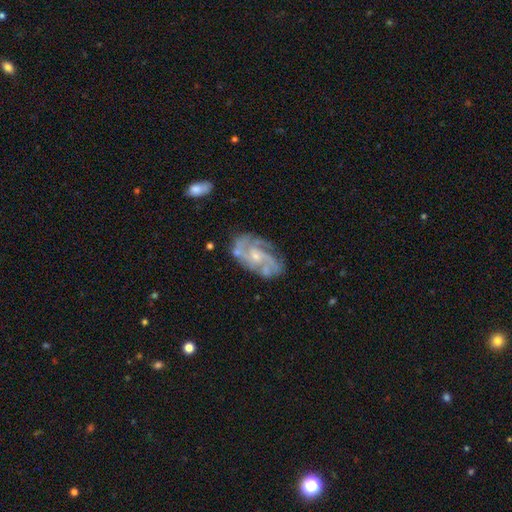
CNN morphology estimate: Smooth or featured?
  - featured or disk: 84% *
  - smooth: 10%
  - star or artifact: 7%
Edge-on disk?
  - no: 96% *
  - yes: 4%
Bar?
  - no: 67% *
  - weak: 28%
  - strong: 5%
Spiral arms?
  - yes: 92% *
  - no: 8%
Spiral winding?
  - medium: 45% *
  - tight: 39%
  - loose: 16%
Spiral arm count?
  - 3: 30% *
  - 2: 26%
  - can't tell: 23%
  - 4: 11%
  - 1: 5%
  - more than 4: 5%
Bulge size?
  - small: 58% *
  - moderate: 35%
  - none: 5%
  - large: 2%
  - dominant: 1%
Merging?
  - none: 68% *
  - minor disturbance: 20%
  - major disturbance: 9%
  - merger: 3%